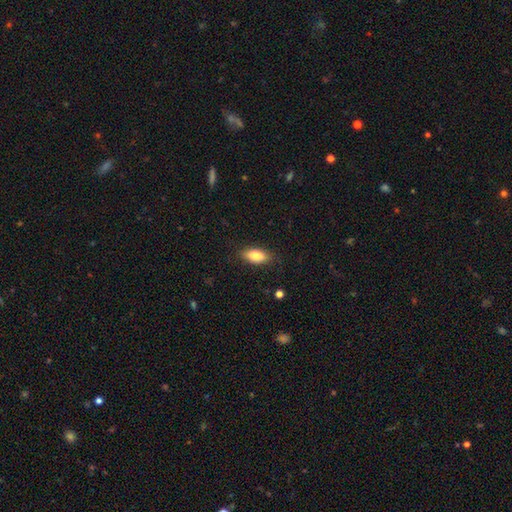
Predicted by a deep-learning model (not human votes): A smooth galaxy with no disk features (82%) that is in between round and cigar-shaped (88%).

Vote fractions:
- Smooth or featured? smooth: 82% / featured or disk: 11% / star or artifact: 7%
- How rounded? in between: 88% / cigar-shaped: 9% / round: 3%
- Merging? none: 84% / minor disturbance: 12% / major disturbance: 3% / merger: 1%